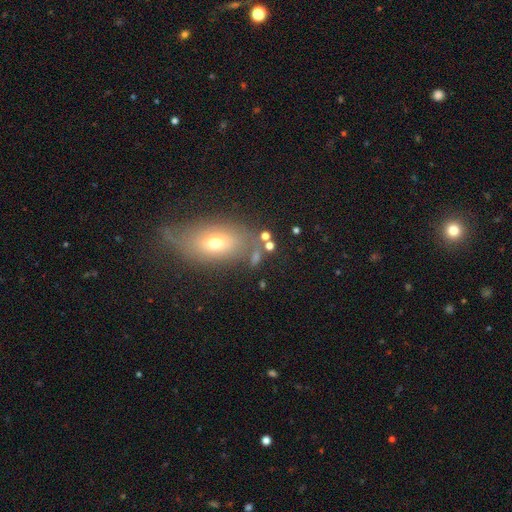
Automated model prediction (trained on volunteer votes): A smooth galaxy with no disk features (53%) that is in between round and cigar-shaped (71%). Merging: none (62%).